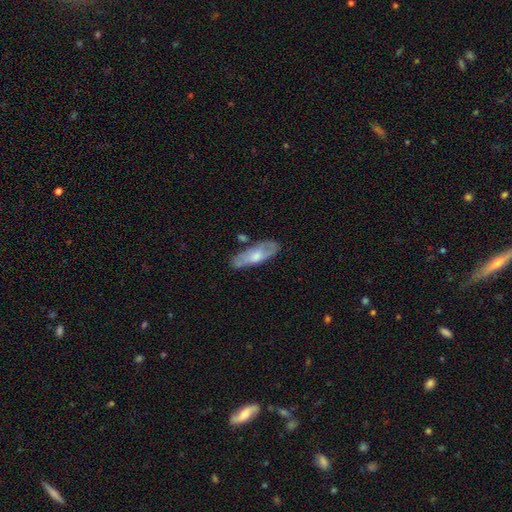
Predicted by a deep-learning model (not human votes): smooth-or-featured: smooth: 52% | featured or disk: 42% | star or artifact: 6%
  how-rounded: in between: 61% | cigar-shaped: 36% | round: 2%
  merging: none: 68% | minor disturbance: 21% | major disturbance: 6% | merger: 5%